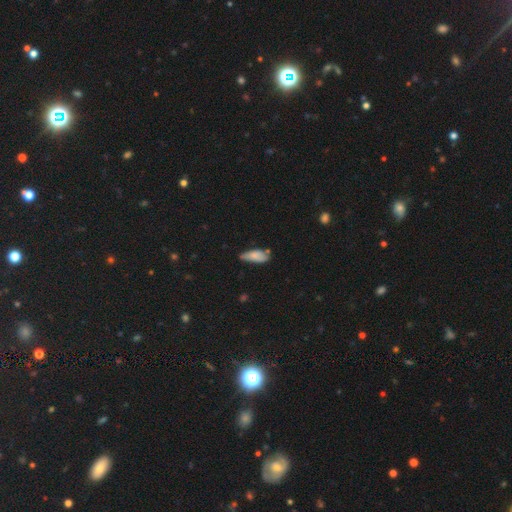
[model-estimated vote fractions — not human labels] Overall: smooth (76%). How rounded: in between (73%). Merging: none (50%; minor disturbance 37%).